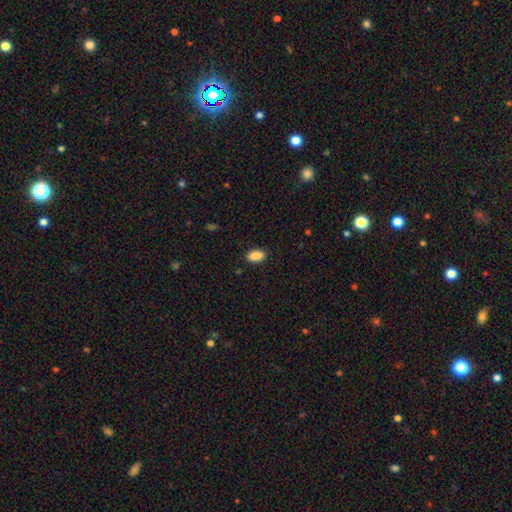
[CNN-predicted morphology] This appears to be a smooth galaxy with no disk features (89%) that is in between round and cigar-shaped (92%). Merging: none (88%).